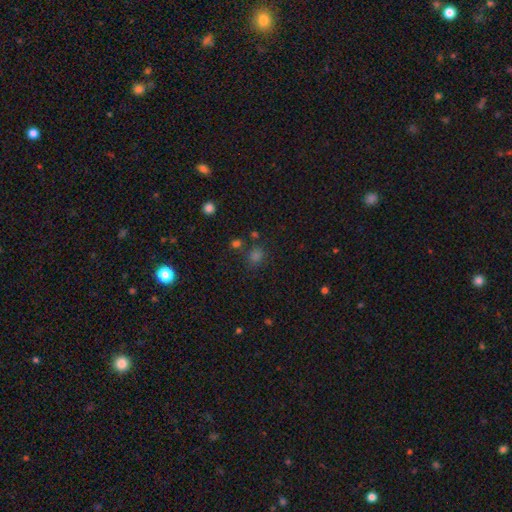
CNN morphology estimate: Q: Smooth or featured?
A: smooth (62%); runner-up: star or artifact (33%)
Q: How rounded?
A: round (77%); runner-up: in between (22%)
Q: Merging?
A: none (78%); runner-up: minor disturbance (10%)